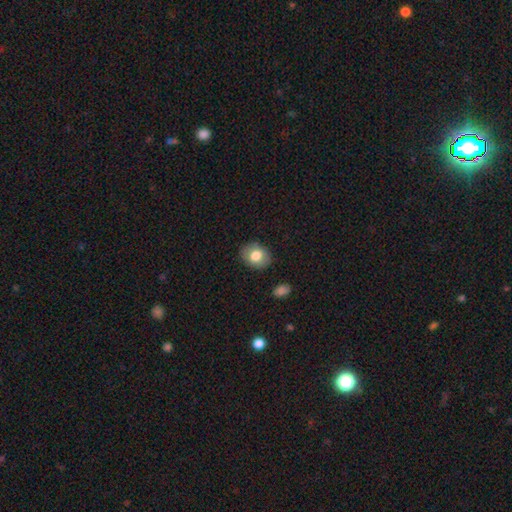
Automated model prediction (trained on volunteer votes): A smooth galaxy with no disk features (76%) that is in between round and cigar-shaped (58%). Merging: none (85%).